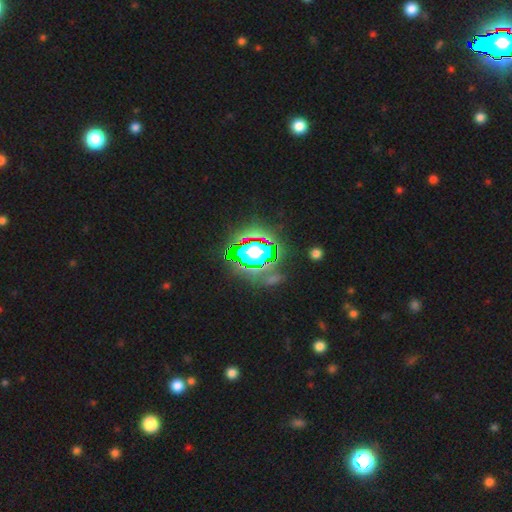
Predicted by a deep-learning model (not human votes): A star or artifact, not a galaxy (83%).

Vote fractions:
- Smooth or featured? star or artifact: 83% / smooth: 10% / featured or disk: 7%